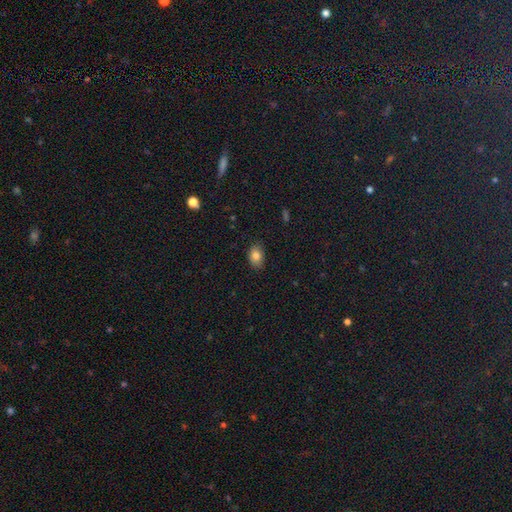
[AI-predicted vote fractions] A smooth galaxy with no disk features (83%) that is in between round and cigar-shaped (79%).

Vote fractions:
- Smooth or featured? smooth: 83% / star or artifact: 9% / featured or disk: 8%
- How rounded? in between: 79% / round: 20% / cigar-shaped: 1%
- Merging? none: 84% / minor disturbance: 12% / major disturbance: 2% / merger: 1%